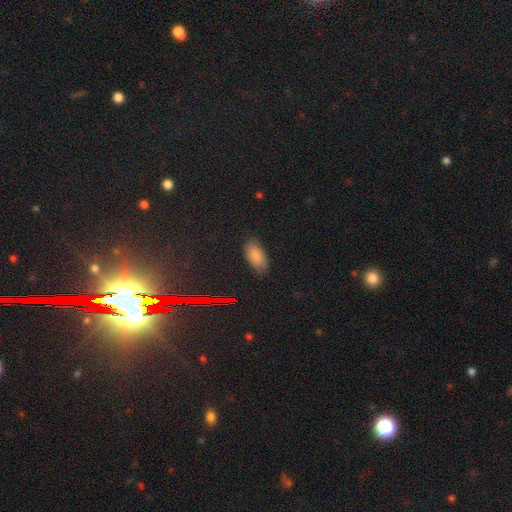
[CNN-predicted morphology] smooth_or_featured: smooth (p=0.81) [alt: star or artifact p=0.11]
how_rounded: in between (p=0.93) [alt: cigar-shaped p=0.05]
merging: none (p=0.81) [alt: minor disturbance p=0.14]